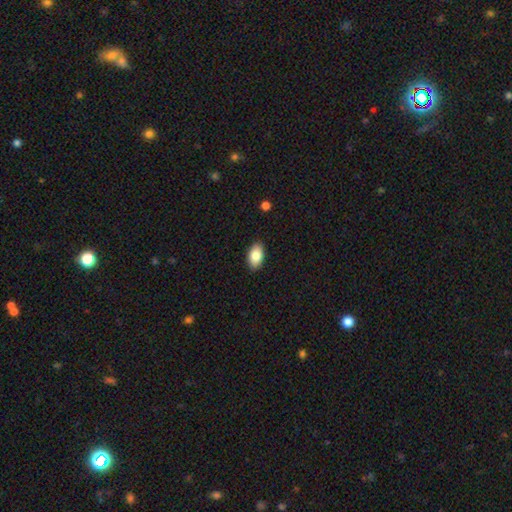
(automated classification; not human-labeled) A smooth galaxy with no disk features (84%) that is in between round and cigar-shaped (93%).

Vote fractions:
- Smooth or featured? smooth: 84% / featured or disk: 9% / star or artifact: 7%
- How rounded? in between: 93% / round: 5% / cigar-shaped: 2%
- Merging? none: 88% / minor disturbance: 9% / major disturbance: 2% / merger: 1%